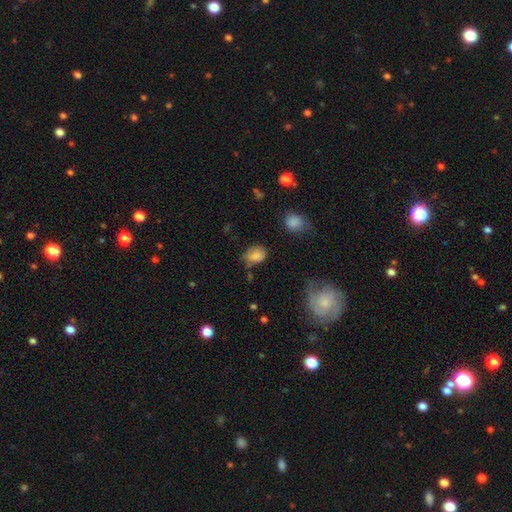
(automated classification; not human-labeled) This appears to be a smooth galaxy with no disk features (80%) that is in between round and cigar-shaped (62%). Merging: none (59%).